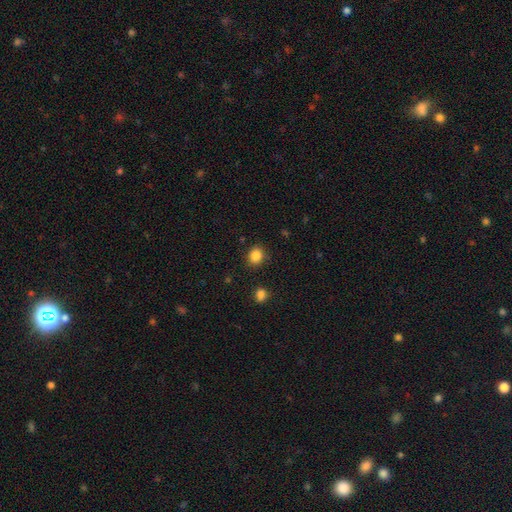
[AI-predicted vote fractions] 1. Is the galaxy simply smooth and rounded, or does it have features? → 86% smooth, 10% star or artifact, 4% featured or disk.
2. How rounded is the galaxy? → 69% round, 31% in between, 1% cigar-shaped.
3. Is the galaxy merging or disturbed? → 86% none, 9% minor disturbance, 3% major disturbance, 2% merger.